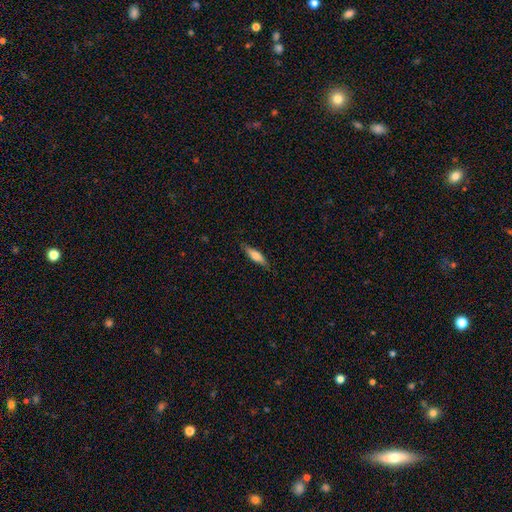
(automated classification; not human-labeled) The model was most divided on "smooth or featured": smooth: 65%, featured or disk: 29%, star or artifact: 6%. More confident: merging — none (83%); how rounded — cigar-shaped (68%).